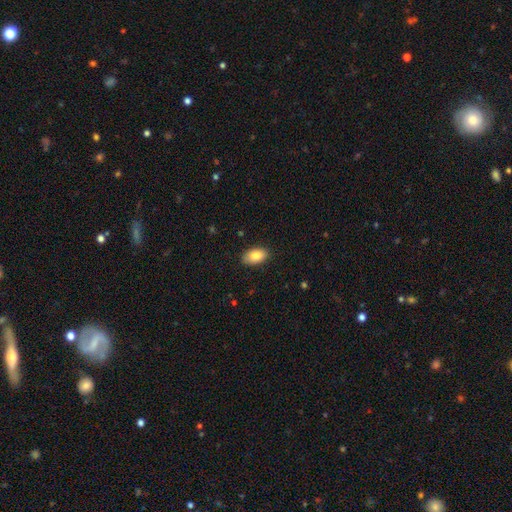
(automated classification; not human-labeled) This appears to be a smooth galaxy with no disk features (86%) that is in between round and cigar-shaped (94%). Merging: none (87%).